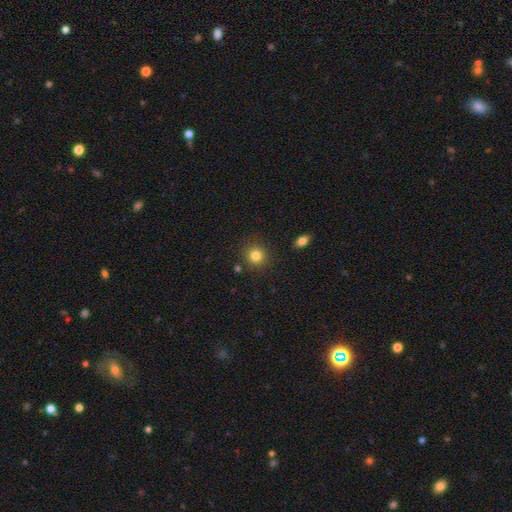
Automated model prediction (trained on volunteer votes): smooth 82%, star or artifact 11%, featured or disk 6%. Down the decision tree: how rounded — round (90%); merging — none (88%).